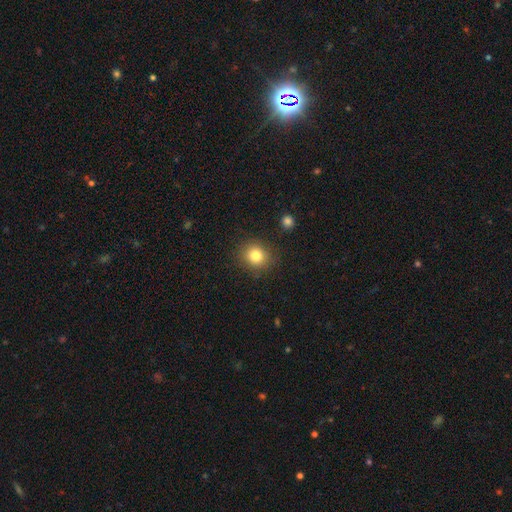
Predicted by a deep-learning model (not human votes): Smooth or featured? smooth (82%)
How rounded? round (78%)
Merging? none (86%)